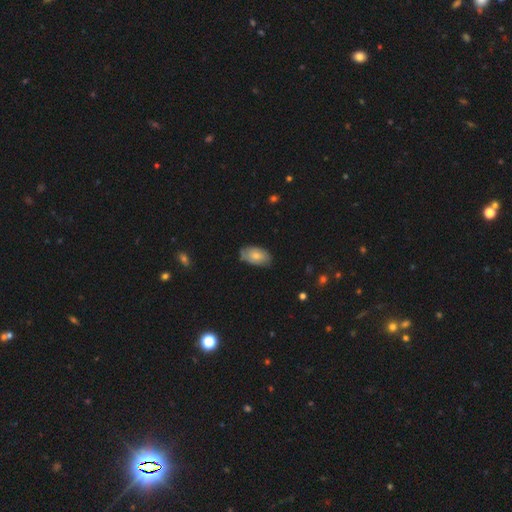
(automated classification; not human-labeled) Q: Smooth or featured?
A: smooth (68%); runner-up: featured or disk (26%)
Q: How rounded?
A: in between (94%); runner-up: round (4%)
Q: Merging?
A: none (71%); runner-up: minor disturbance (24%)